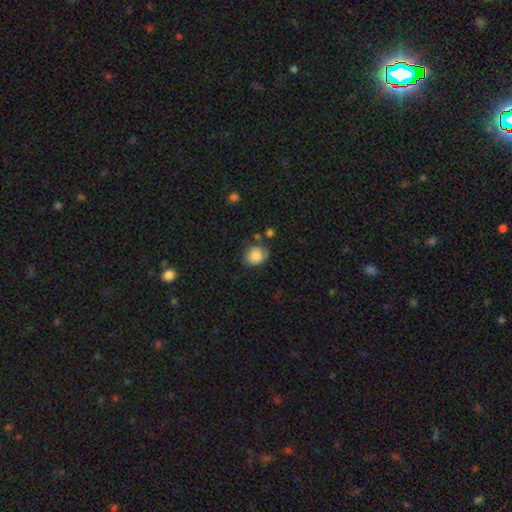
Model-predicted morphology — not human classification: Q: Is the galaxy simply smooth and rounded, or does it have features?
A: smooth — 84%.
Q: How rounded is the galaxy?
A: round — 55%.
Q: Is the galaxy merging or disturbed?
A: none — 66%.